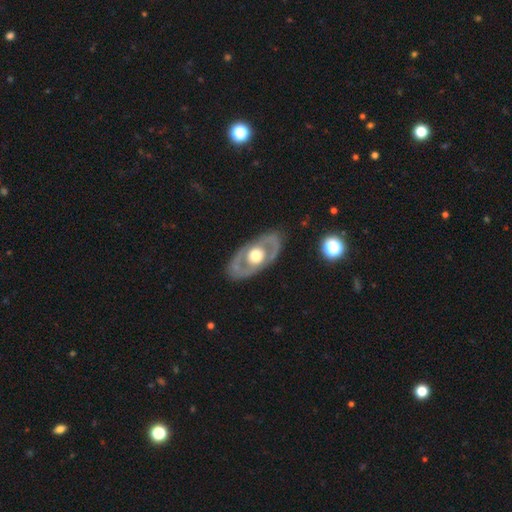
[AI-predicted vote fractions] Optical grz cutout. It shows a featured or disk galaxy (69%) with no bar (86%), no spiral arms (75%) and a moderate central bulge (52%). Merging: none (83%).